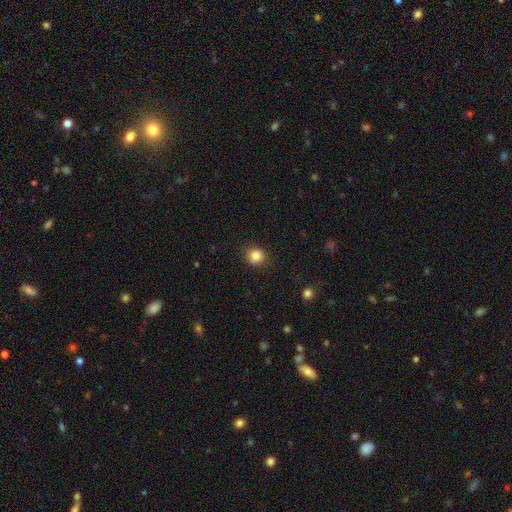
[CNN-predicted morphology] Overall: smooth (85%). How rounded: round (85%). Merging: none (84%).